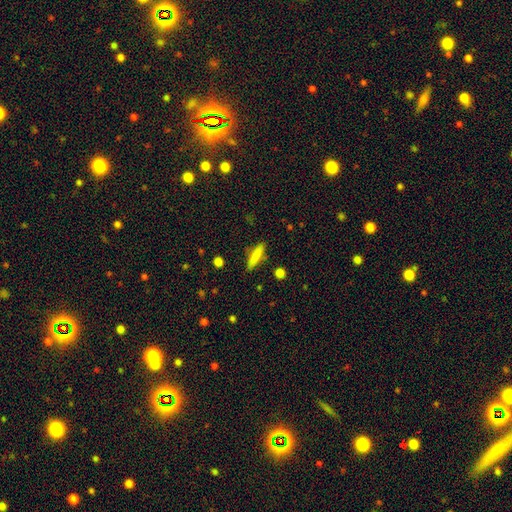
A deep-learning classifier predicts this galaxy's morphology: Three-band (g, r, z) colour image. It shows a smooth galaxy with no disk features (81%) that is cigar-shaped (80%). Merging: none (84%).